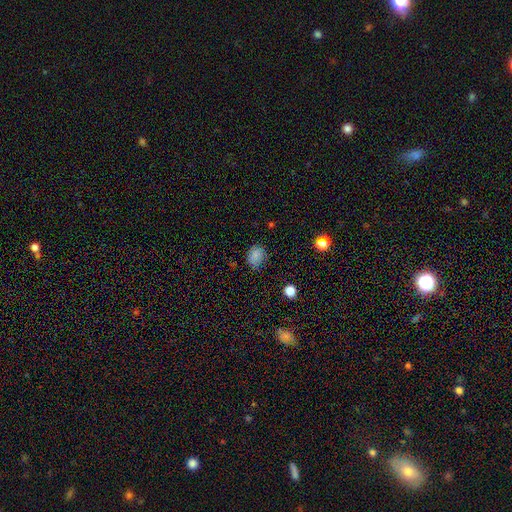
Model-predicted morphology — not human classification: Overall: smooth (80%). How rounded: in between (50%; round 49%). Merging: none (72%).